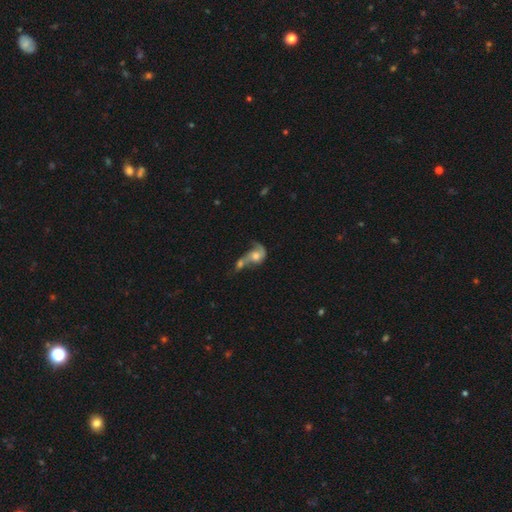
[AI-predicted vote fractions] Morphology: type=featured or disk (52%); edge-on=no (96%); merging=merger (71%).